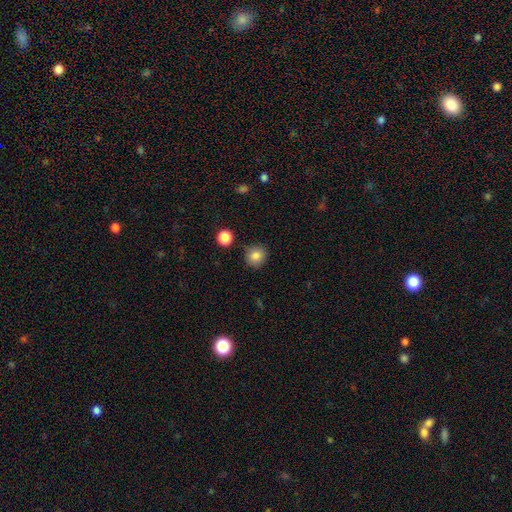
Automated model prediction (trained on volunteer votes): Smooth or featured? smooth (84%)
How rounded? round (89%)
Merging? none (85%)